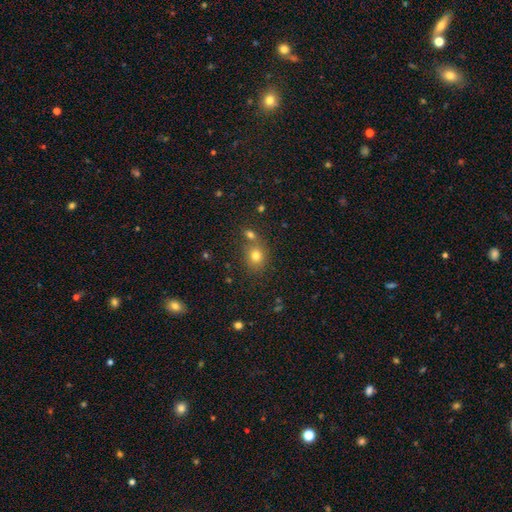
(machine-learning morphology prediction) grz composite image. It shows a smooth galaxy with no disk features (75%) that is round (69%). Merging: none (59%).